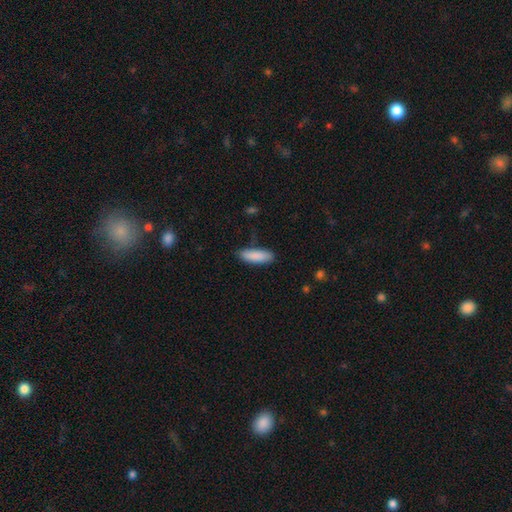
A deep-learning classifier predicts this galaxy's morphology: Smooth or featured? smooth (88%)
How rounded? in between (54%)
Merging? none (80%)